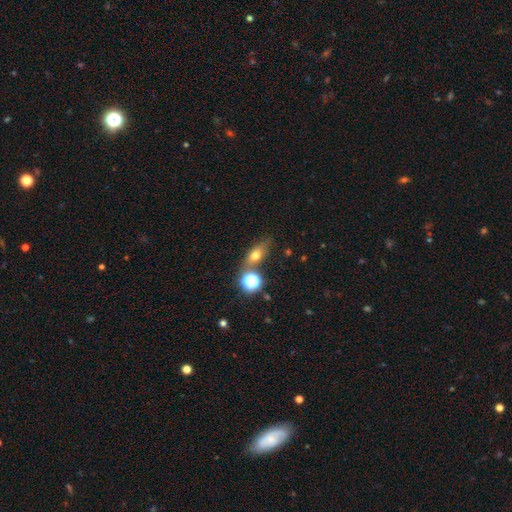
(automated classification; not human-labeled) Smooth or featured: smooth — 65% (featured or disk — 17%)
How rounded: in between — 64% (round — 26%)
Merging: none — 61% (merger — 17%)